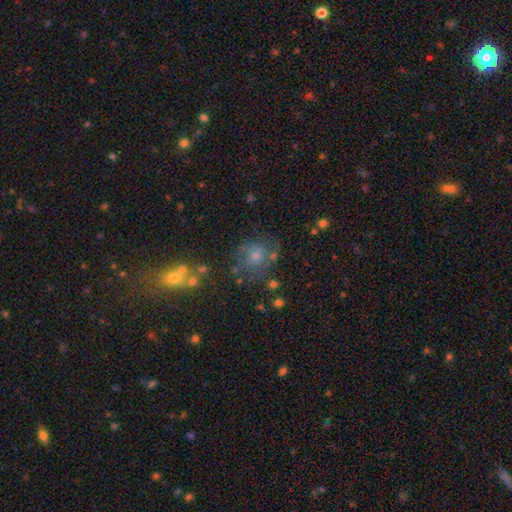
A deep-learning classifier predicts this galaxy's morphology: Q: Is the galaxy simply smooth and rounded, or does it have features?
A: featured or disk — 41%.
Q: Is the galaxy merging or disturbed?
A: none — 66%.